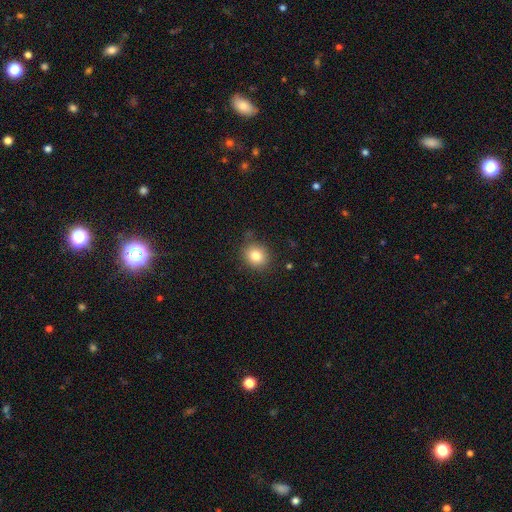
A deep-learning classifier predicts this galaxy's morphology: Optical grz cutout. It shows a smooth galaxy with no disk features (81%) that is round (73%). Merging: none (83%).